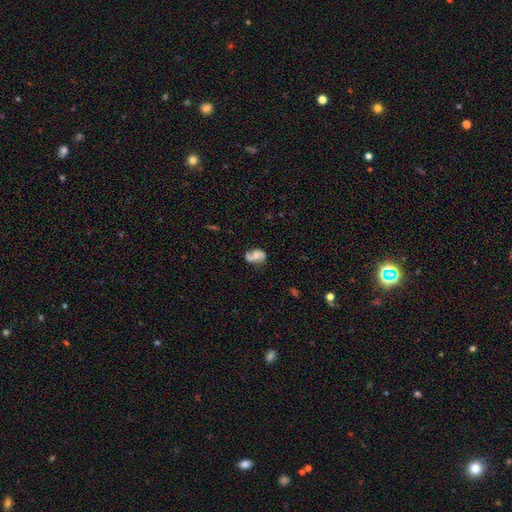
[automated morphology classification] smooth-or-featured: featured or disk: 53% | smooth: 38% | star or artifact: 9%
  disk-edge-on: no: 97% | yes: 3%
    bar: no: 70% | weak: 25% | strong: 5%
    has-spiral-arms: yes: 82% | no: 18%
    bulge-size: moderate: 40% | small: 34% | none: 16% | large: 8% | dominant: 2%
  merging: none: 53% | minor disturbance: 26% | major disturbance: 11% | merger: 10%